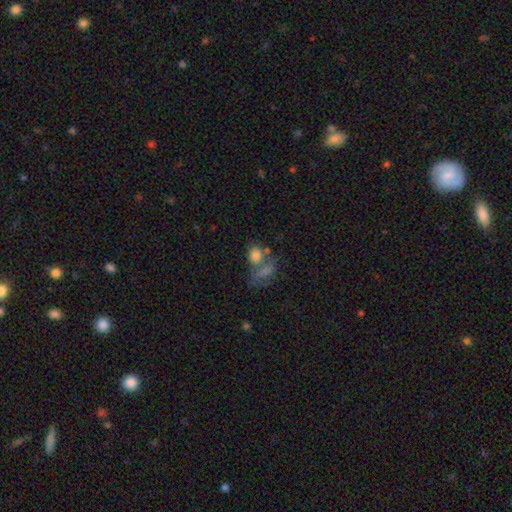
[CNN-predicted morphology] A smooth galaxy with no disk features (75%) that is round (57%). Merging: merger (42%).